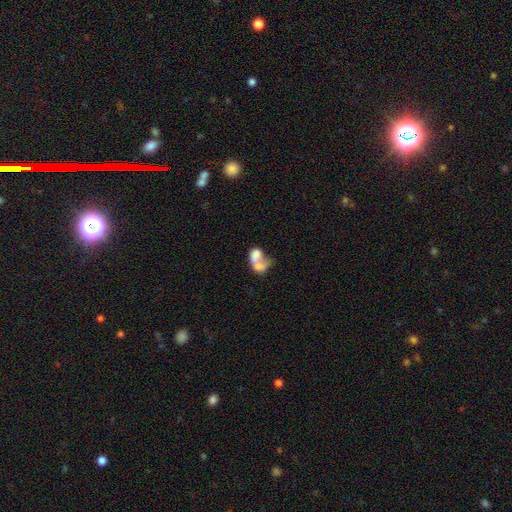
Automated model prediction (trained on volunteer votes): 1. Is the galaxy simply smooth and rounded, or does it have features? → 58% smooth, 33% featured or disk, 9% star or artifact.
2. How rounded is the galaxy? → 73% in between, 25% round, 2% cigar-shaped.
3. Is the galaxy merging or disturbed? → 66% merger, 14% major disturbance, 13% none, 7% minor disturbance.